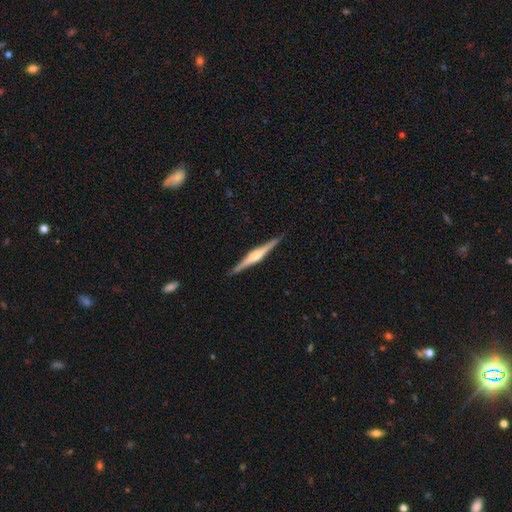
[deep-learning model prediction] A featured or disk galaxy (78%) viewed edge-on (98%) with a rounded central bulge (73%). Merging: none (91%).